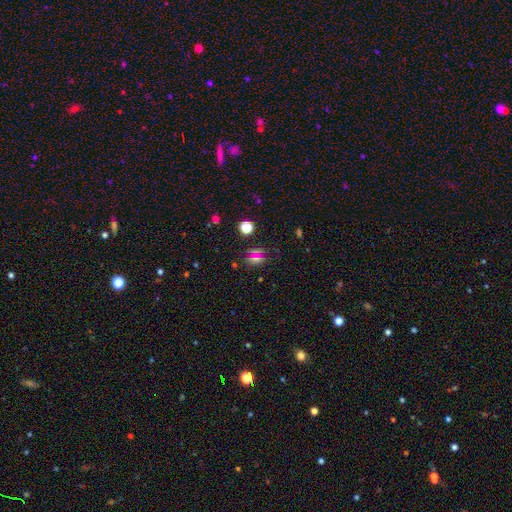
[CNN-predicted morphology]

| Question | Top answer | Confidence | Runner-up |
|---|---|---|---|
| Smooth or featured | star or artifact | 44% | smooth (42%) |